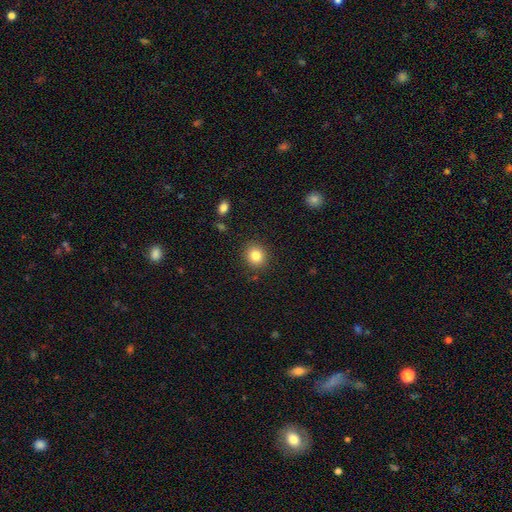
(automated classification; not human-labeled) The model was most divided on "how rounded": round: 84%, in between: 15%, cigar-shaped: 1%. More confident: merging — none (89%); smooth or featured — smooth (83%).